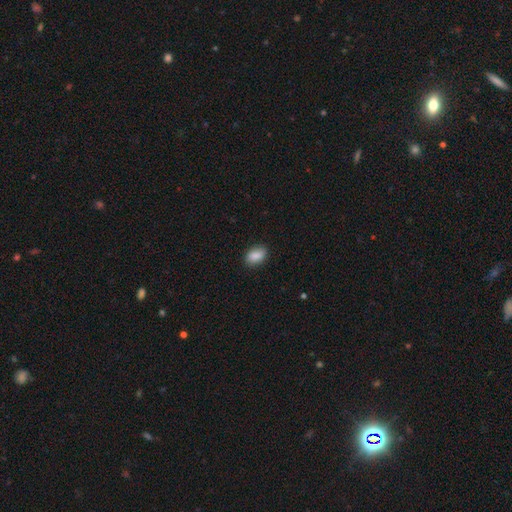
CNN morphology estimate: A smooth galaxy with no disk features (87%) that is in between round and cigar-shaped (88%). Merging: none (87%).